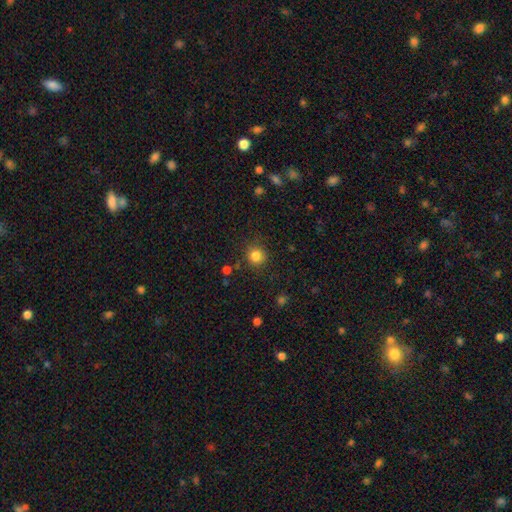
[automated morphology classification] smooth 83%, star or artifact 12%, featured or disk 5%. Down the decision tree: how rounded — round (93%); merging — none (88%).